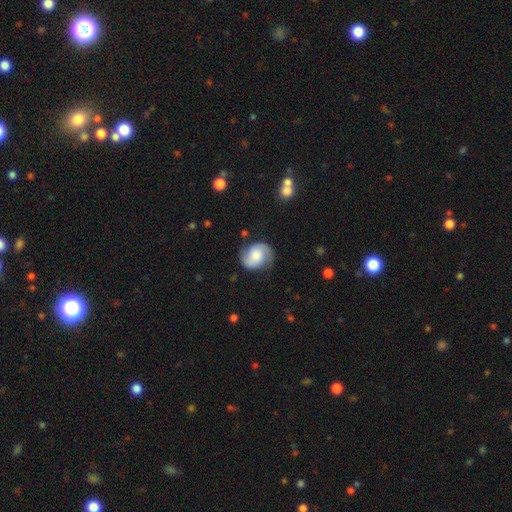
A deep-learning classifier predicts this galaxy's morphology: smooth-or-featured: featured or disk: 69% | smooth: 24% | star or artifact: 7%
  disk-edge-on: no: 98% | yes: 2%
    bar: no: 64% | weak: 29% | strong: 6%
    has-spiral-arms: yes: 94% | no: 6%
      spiral-winding: medium: 46% | tight: 33% | loose: 21%
      spiral-arm-count: 2: 89% | can't tell: 5% | 1: 3% | 3: 1% | 4: 1% | more than 4: 1%
    bulge-size: moderate: 38% | large: 24% | small: 22% | none: 11% | dominant: 4%
  merging: none: 75% | minor disturbance: 17% | major disturbance: 6% | merger: 2%